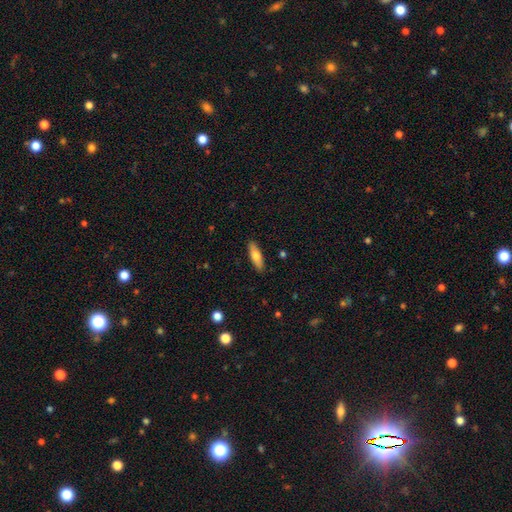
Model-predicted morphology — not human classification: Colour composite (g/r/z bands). It shows a smooth galaxy with no disk features (70%) that is cigar-shaped (53%). Merging: none (89%).